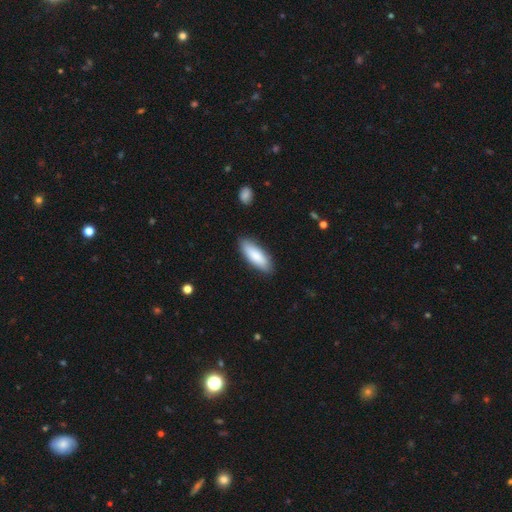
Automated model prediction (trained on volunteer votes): This is clearly a smooth galaxy (85%). How rounded: likely in between (66%). Merging: clearly none (86%).